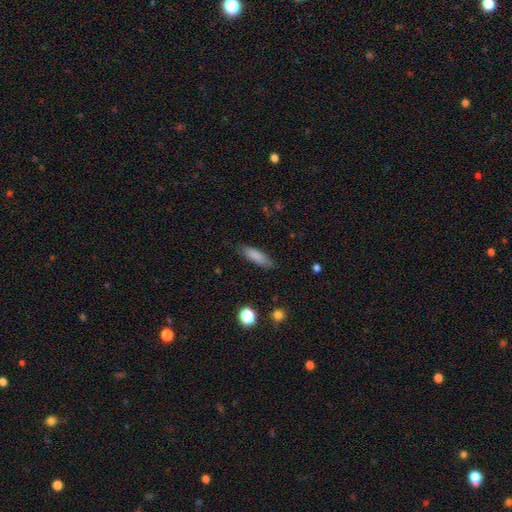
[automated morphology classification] Smooth or featured?
  - smooth: 84% *
  - featured or disk: 9%
  - star or artifact: 7%
How rounded?
  - cigar-shaped: 54% *
  - in between: 44%
  - round: 2%
Merging?
  - none: 81% *
  - minor disturbance: 14%
  - major disturbance: 3%
  - merger: 1%